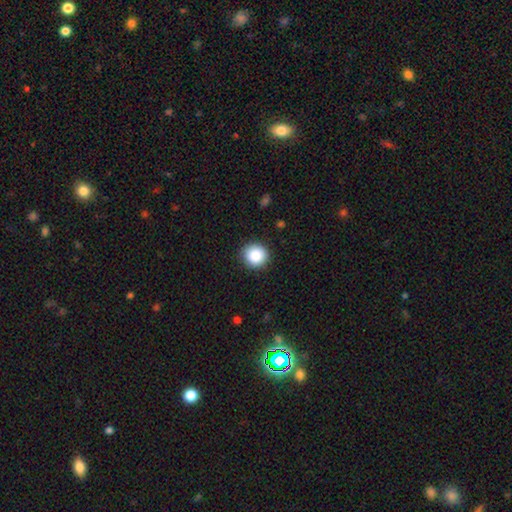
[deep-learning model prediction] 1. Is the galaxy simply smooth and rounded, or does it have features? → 87% smooth, 9% star or artifact, 4% featured or disk.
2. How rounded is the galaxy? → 90% round, 9% in between, 1% cigar-shaped.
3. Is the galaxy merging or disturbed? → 90% none, 7% minor disturbance, 2% major disturbance, 1% merger.